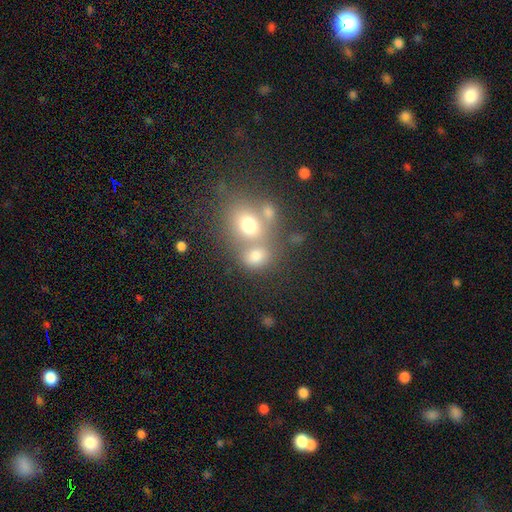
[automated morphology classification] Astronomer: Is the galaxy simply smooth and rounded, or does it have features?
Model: smooth — 72%.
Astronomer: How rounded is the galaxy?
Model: round — 60% (runner-up: in between, 38%).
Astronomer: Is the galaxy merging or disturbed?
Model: merger — 47% (runner-up: none, 39%).